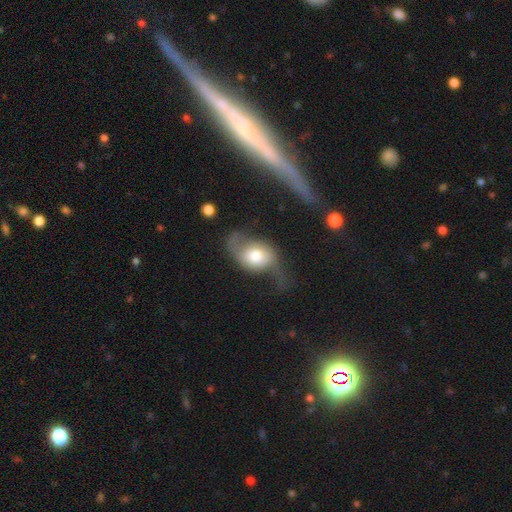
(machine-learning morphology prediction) Smooth or featured? featured or disk (52%)
Edge-on disk? no (93%)
Merging? major disturbance (38%)